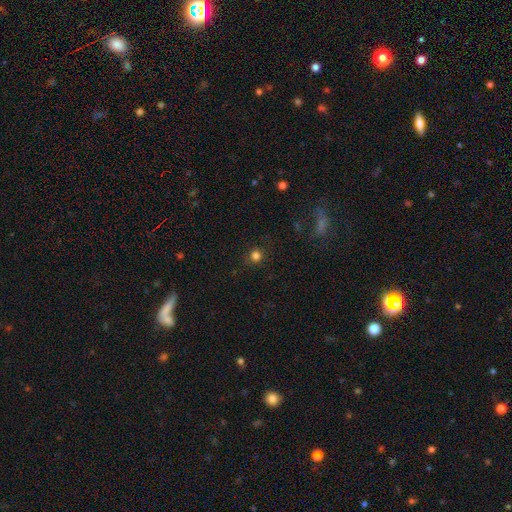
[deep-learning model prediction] smooth_or_featured: smooth (p=0.79) [alt: star or artifact p=0.17]
how_rounded: round (p=0.92) [alt: in between p=0.07]
merging: none (p=0.87) [alt: minor disturbance p=0.08]